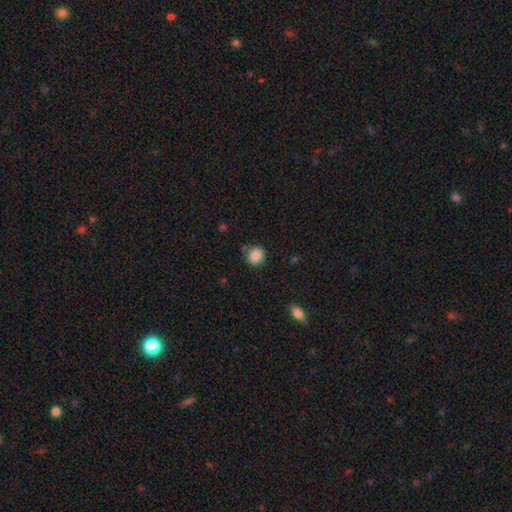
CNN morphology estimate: Smooth or featured? smooth (85%)
How rounded? round (71%)
Merging? none (74%)